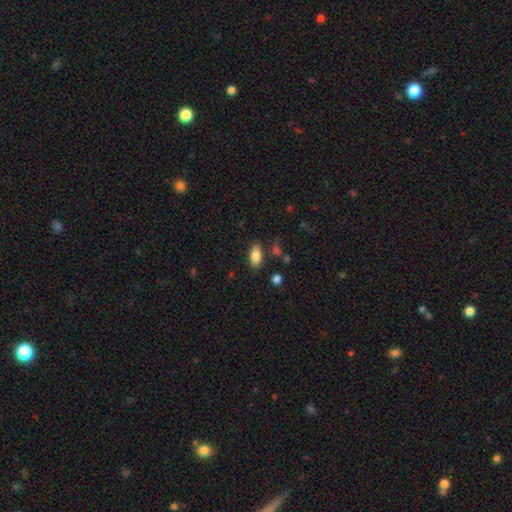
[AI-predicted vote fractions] smooth 85%, star or artifact 8%, featured or disk 7%. Down the decision tree: how rounded — in between (91%); merging — none (82%).